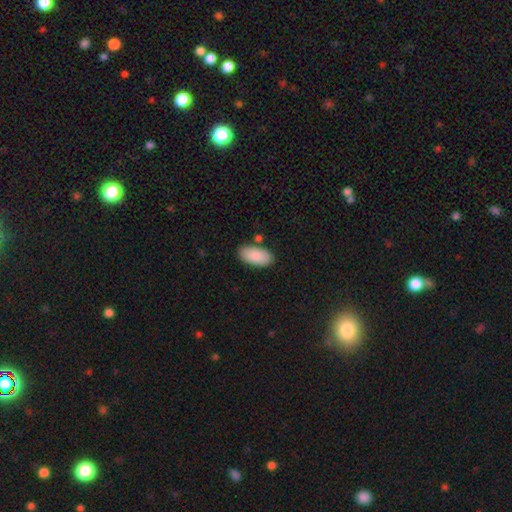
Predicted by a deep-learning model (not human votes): A smooth galaxy with no disk features (88%) that is in between round and cigar-shaped (95%). Merging: none (80%).